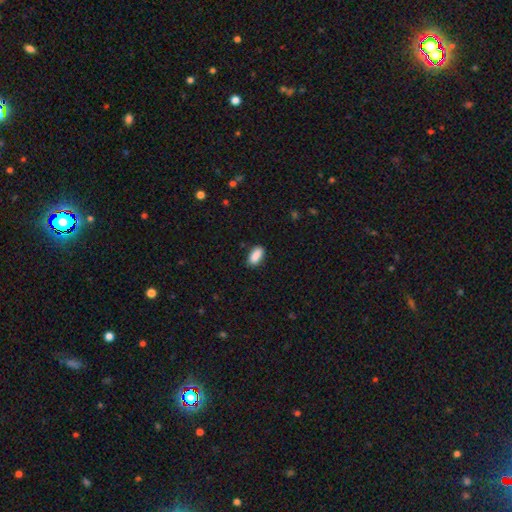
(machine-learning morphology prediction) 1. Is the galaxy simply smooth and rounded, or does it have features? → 89% smooth, 7% star or artifact, 4% featured or disk.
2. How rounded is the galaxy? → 90% in between, 6% cigar-shaped, 3% round.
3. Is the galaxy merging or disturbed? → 84% none, 12% minor disturbance, 2% major disturbance, 1% merger.